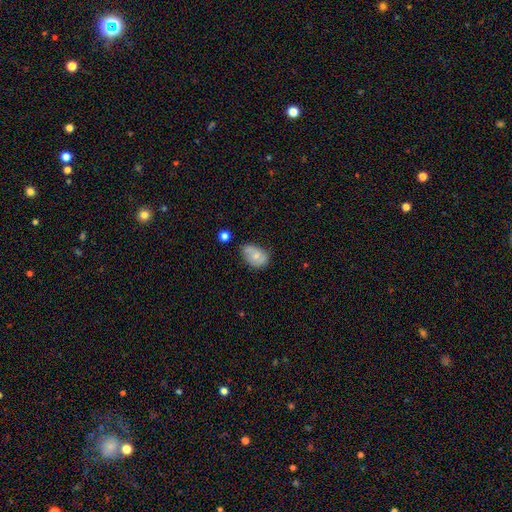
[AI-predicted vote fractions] Overall: smooth (65%; featured or disk 27%). How rounded: in between (83%). Merging: none (48%; minor disturbance 37%).